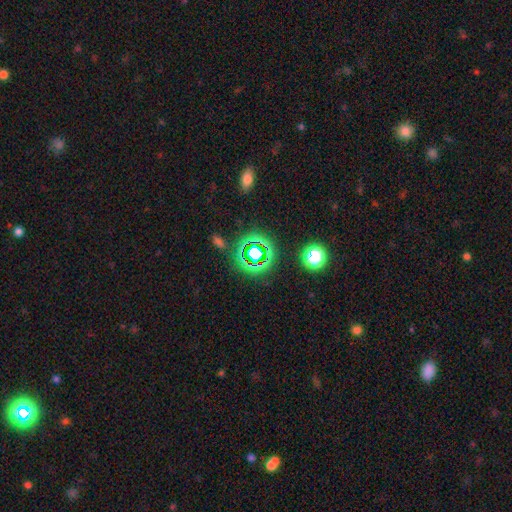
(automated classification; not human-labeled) Morphology: type=star or artifact (67%).